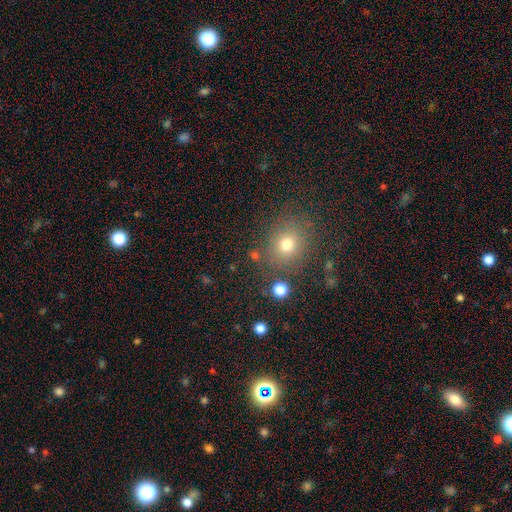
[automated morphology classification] smooth-or-featured: smooth: 68% | star or artifact: 23% | featured or disk: 9%
  how-rounded: round: 74% | in between: 24% | cigar-shaped: 1%
  merging: none: 82% | minor disturbance: 10% | merger: 4% | major disturbance: 4%